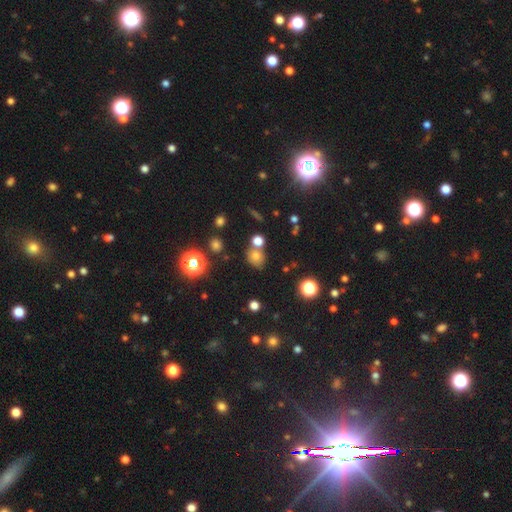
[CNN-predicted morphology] Smooth or featured?
  - smooth: 69% *
  - star or artifact: 21%
  - featured or disk: 10%
How rounded?
  - round: 70% *
  - in between: 29%
  - cigar-shaped: 1%
Merging?
  - none: 65% *
  - merger: 19%
  - minor disturbance: 12%
  - major disturbance: 4%